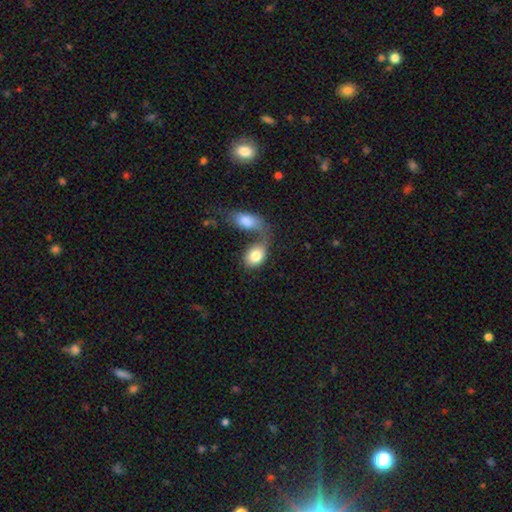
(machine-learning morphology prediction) Overall: smooth (81%). How rounded: in between (72%). Merging: merger (55%; none 24%).